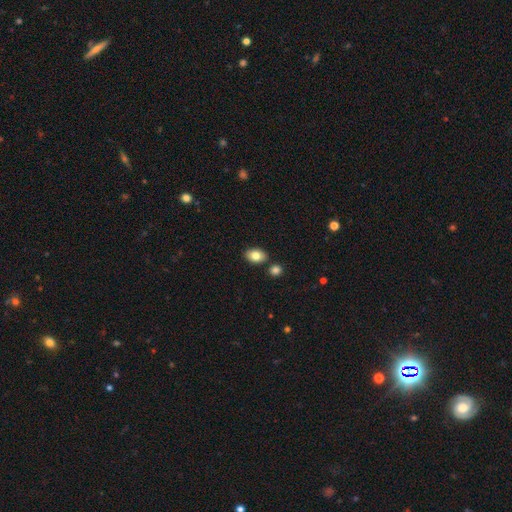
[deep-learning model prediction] Smooth or featured? Predicted: smooth (p=0.81). How rounded? Predicted: in between (p=0.85). Merging? Predicted: none (p=0.80).